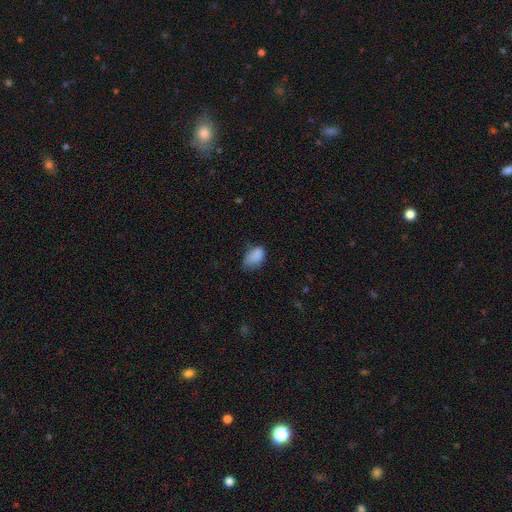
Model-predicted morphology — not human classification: smooth-or-featured: smooth: 85% | star or artifact: 9% | featured or disk: 6%
  how-rounded: in between: 90% | round: 9% | cigar-shaped: 2%
  merging: none: 43% | minor disturbance: 42% | major disturbance: 13% | merger: 2%